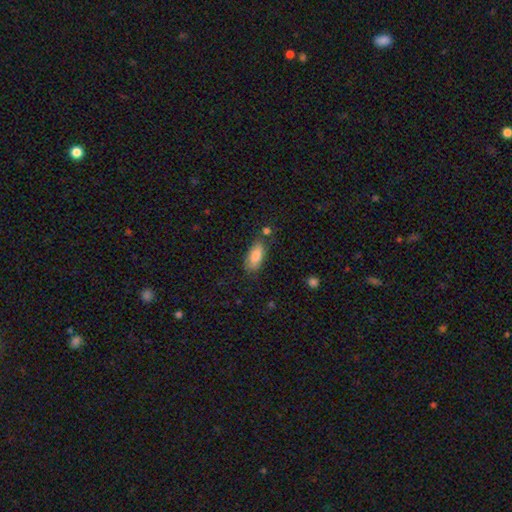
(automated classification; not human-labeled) smooth_or_featured: smooth (p=0.82) [alt: featured or disk p=0.11]
how_rounded: in between (p=0.85) [alt: cigar-shaped p=0.13]
merging: none (p=0.70) [alt: minor disturbance p=0.19]